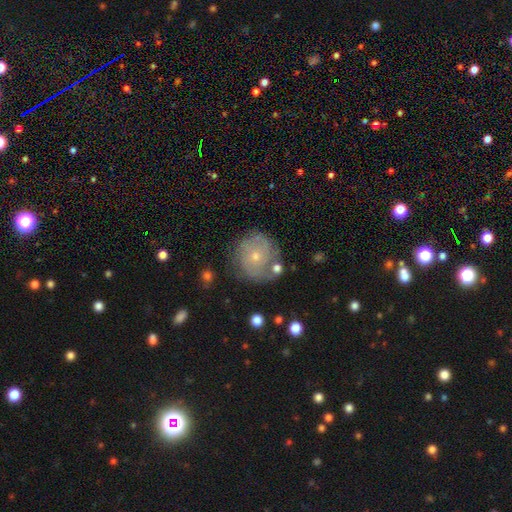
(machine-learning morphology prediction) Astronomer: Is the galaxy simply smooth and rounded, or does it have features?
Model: featured or disk — 56% (runner-up: smooth, 33%).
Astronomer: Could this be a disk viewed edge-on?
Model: no — 97%.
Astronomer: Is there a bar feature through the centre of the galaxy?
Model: no — 83%.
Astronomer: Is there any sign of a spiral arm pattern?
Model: yes — 76%.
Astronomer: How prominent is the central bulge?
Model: small — 67%.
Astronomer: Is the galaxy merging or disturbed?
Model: none — 74%.